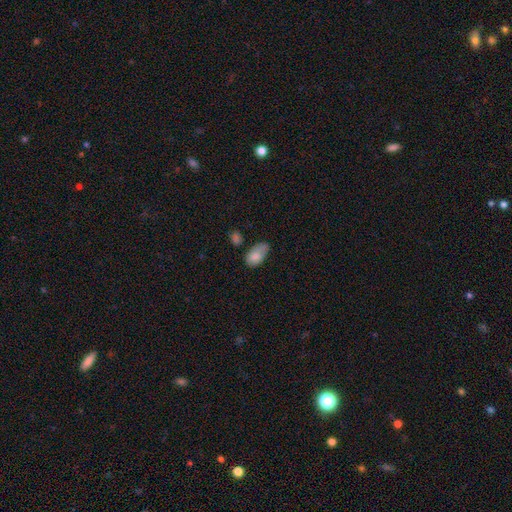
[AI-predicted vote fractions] This is clearly a smooth galaxy (81%). How rounded: clearly in between (92%). Merging: marginally minor disturbance (39%).